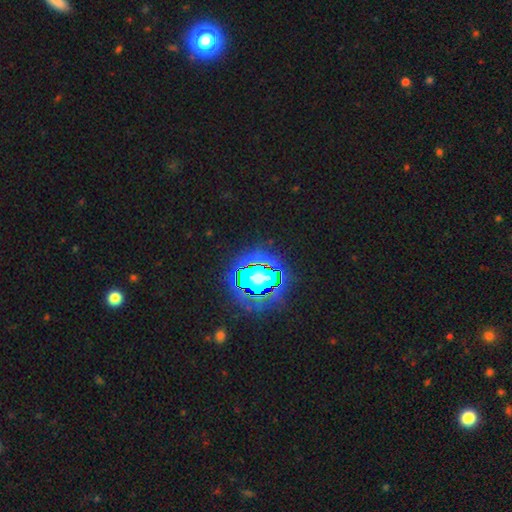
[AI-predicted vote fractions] Smooth or featured? star or artifact (81%)